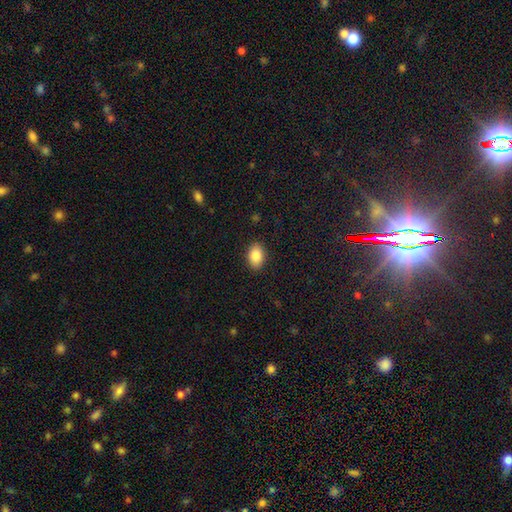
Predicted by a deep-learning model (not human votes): Overall: smooth (87%). How rounded: in between (86%). Merging: none (89%).